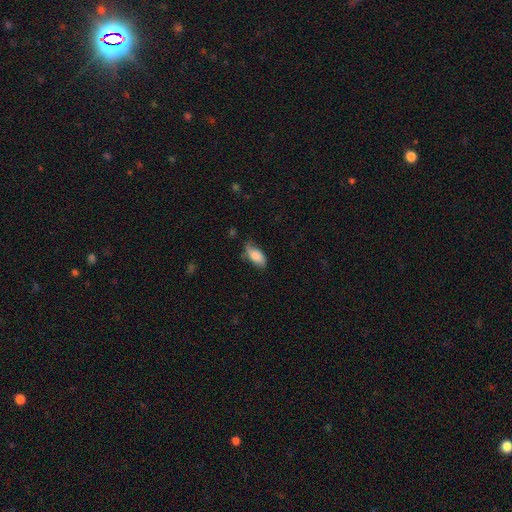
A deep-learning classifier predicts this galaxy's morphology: Overall: smooth (79%). How rounded: in between (90%). Merging: none (53%; minor disturbance 35%).